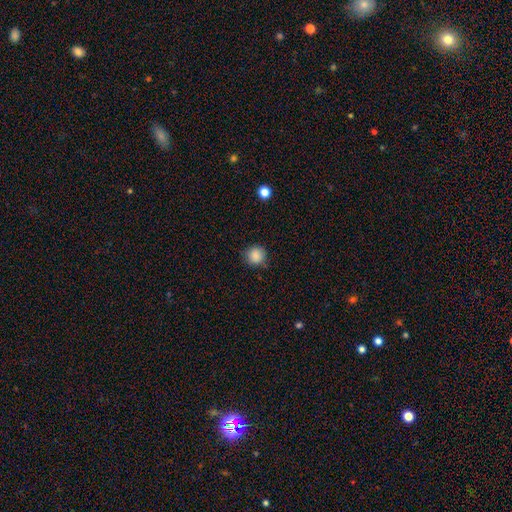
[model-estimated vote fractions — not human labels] Morphology: type=smooth (87%); roundness=round (92%); merging=none (84%).